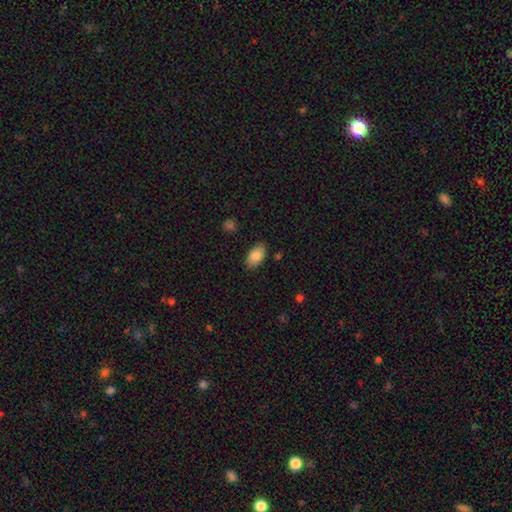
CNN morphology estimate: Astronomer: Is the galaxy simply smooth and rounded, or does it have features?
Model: smooth — 85%.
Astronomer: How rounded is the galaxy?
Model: in between — 93%.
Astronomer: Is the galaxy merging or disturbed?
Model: none — 85%.